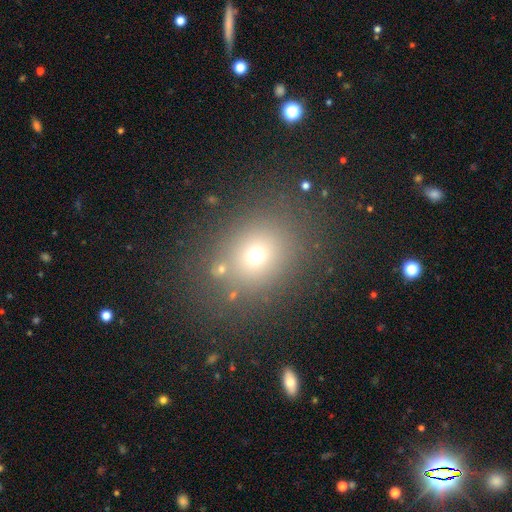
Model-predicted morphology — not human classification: The model was most divided on "how rounded": round: 64%, in between: 35%, cigar-shaped: 1%. More confident: merging — none (80%); smooth or featured — smooth (65%).